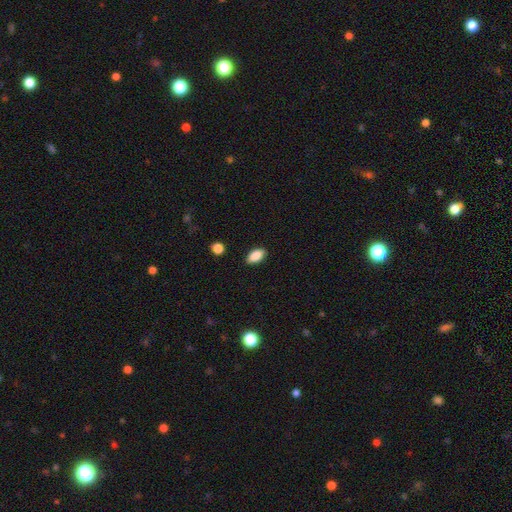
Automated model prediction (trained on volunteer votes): Smooth or featured: smooth — 88% (star or artifact — 7%)
How rounded: in between — 92% (round — 4%)
Merging: none — 87% (minor disturbance — 10%)